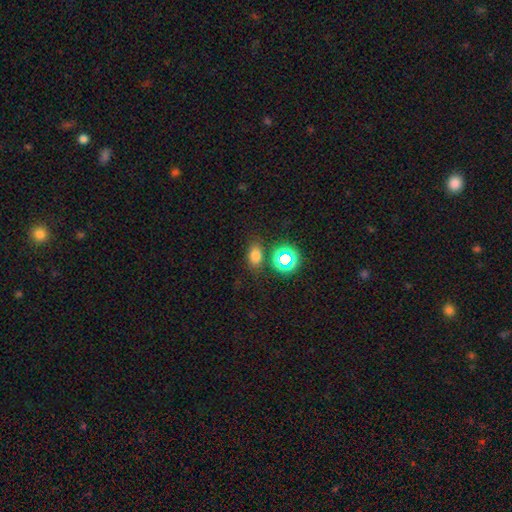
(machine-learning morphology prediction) smooth 69%, star or artifact 23%, featured or disk 8%. Down the decision tree: how rounded — in between (74%); merging — none (76%).